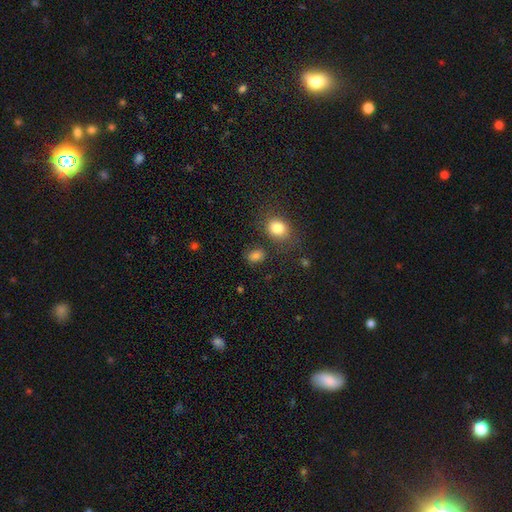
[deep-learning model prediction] Smooth or featured: smooth — 81% (star or artifact — 13%)
How rounded: in between — 59% (round — 39%)
Merging: none — 76% (minor disturbance — 13%)